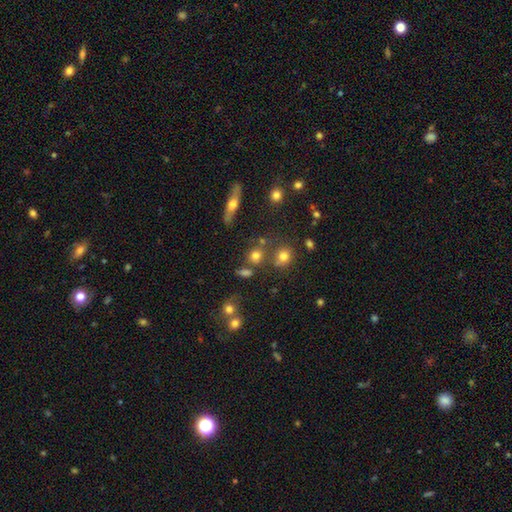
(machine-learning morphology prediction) This is likely a smooth galaxy (72%). How rounded: likely round (71%). Merging: likely none (63%).